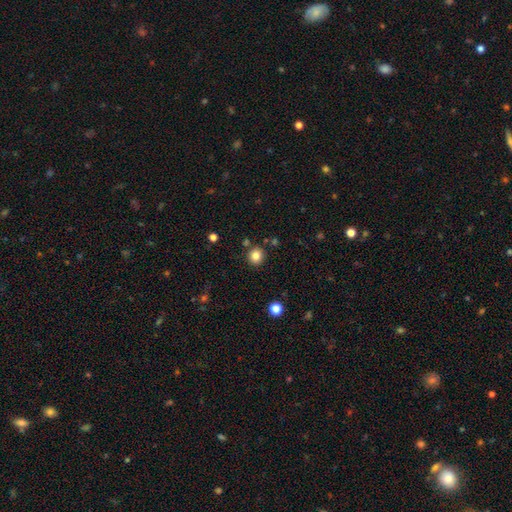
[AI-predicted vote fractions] smooth_or_featured: smooth (p=0.83) [alt: star or artifact p=0.12]
how_rounded: round (p=0.90) [alt: in between p=0.09]
merging: none (p=0.86) [alt: minor disturbance p=0.07]